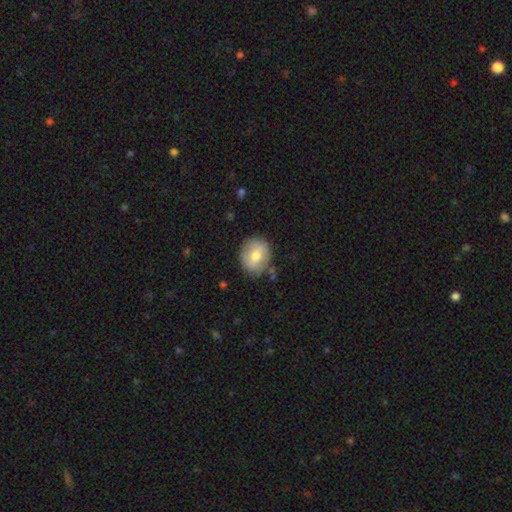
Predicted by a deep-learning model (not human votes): This appears to be a smooth galaxy with no disk features (66%) that is round (61%). Merging: none (79%).